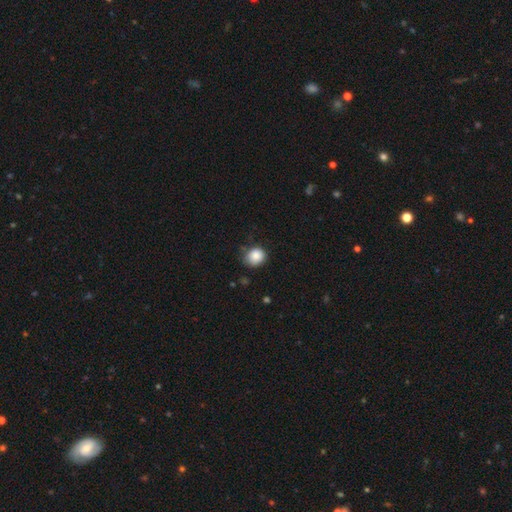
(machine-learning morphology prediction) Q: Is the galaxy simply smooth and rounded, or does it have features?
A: smooth — 86%.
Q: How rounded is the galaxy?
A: round — 80%.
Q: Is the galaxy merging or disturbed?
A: none — 71%.